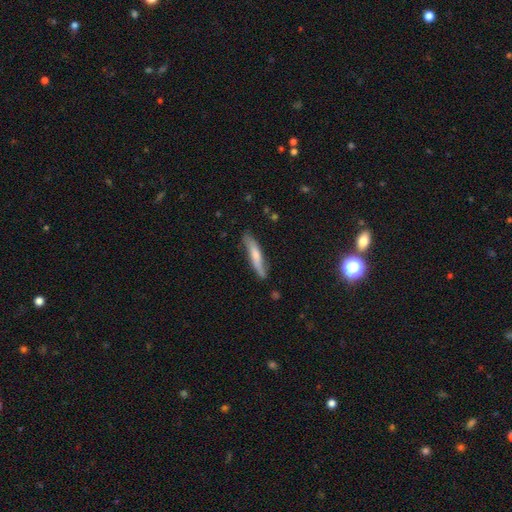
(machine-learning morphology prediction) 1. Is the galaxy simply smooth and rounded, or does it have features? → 60% smooth, 34% featured or disk, 6% star or artifact.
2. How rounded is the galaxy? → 88% cigar-shaped, 10% in between, 1% round.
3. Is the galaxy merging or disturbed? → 76% none, 19% minor disturbance, 3% major disturbance, 2% merger.